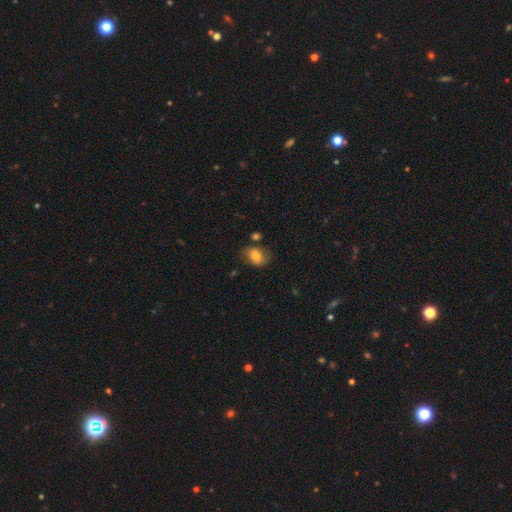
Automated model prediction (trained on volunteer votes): Smooth or featured? Predicted: smooth (p=0.74). How rounded? Predicted: in between (p=0.67). Merging? Predicted: none (p=0.67).